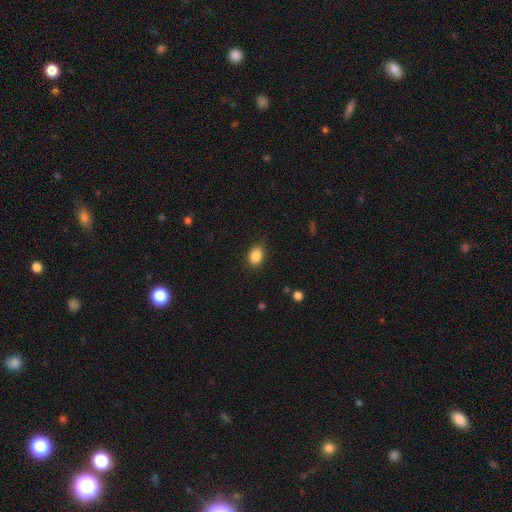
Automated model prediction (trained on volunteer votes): Overall: smooth (87%). How rounded: in between (71%). Merging: none (86%).